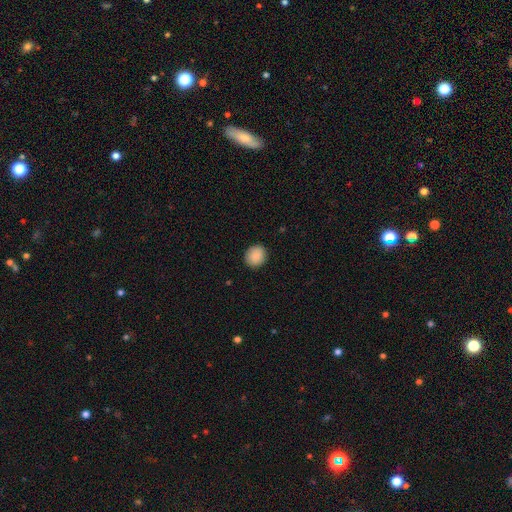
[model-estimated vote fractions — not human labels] Overall: smooth (89%). How rounded: round (82%). Merging: none (90%).